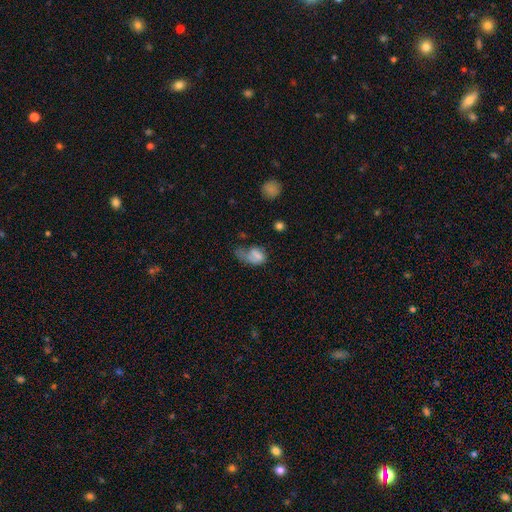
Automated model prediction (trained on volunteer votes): A smooth galaxy with no disk features (62%) that is in between round and cigar-shaped (83%). Merging: major disturbance (52%).